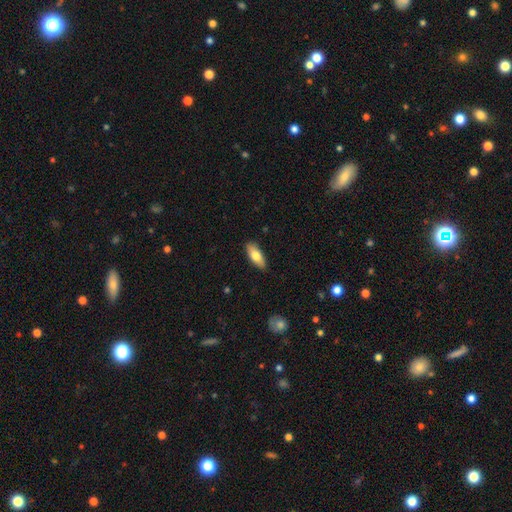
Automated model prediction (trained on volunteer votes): Overall: smooth (76%). How rounded: in between (76%). Merging: none (87%).